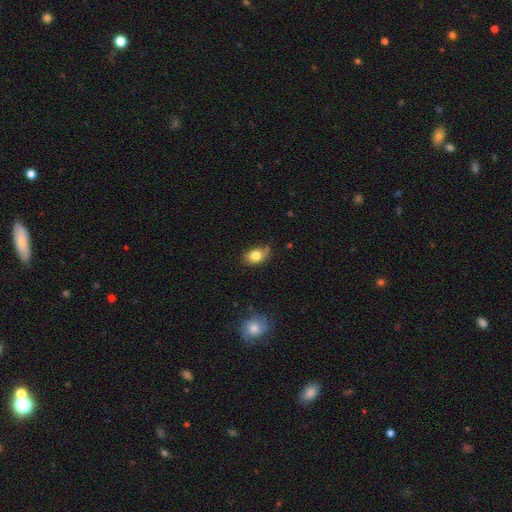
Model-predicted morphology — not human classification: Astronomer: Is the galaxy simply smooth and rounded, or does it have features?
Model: smooth — 80%.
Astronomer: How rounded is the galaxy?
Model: in between — 74%.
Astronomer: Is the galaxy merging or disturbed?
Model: none — 60%.